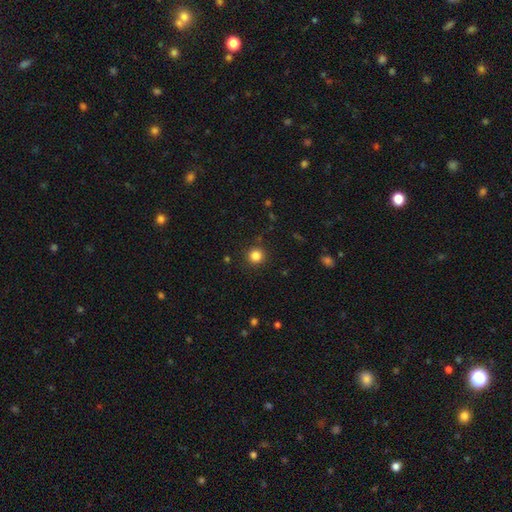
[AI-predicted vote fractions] smooth-or-featured: smooth: 84% | star or artifact: 12% | featured or disk: 4%
  how-rounded: round: 94% | in between: 5% | cigar-shaped: 1%
  merging: none: 90% | minor disturbance: 6% | major disturbance: 2% | merger: 1%